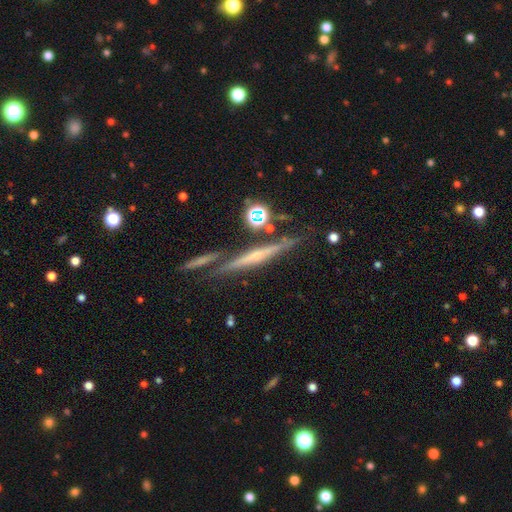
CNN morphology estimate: A featured or disk galaxy (65%) viewed edge-on (95%) with no central bulge (47%).

Vote fractions:
- Smooth or featured? featured or disk: 65% / smooth: 23% / star or artifact: 12%
- Edge-on disk? yes: 95% / no: 5%
- Edge-on bulge? none: 47% / rounded: 38% / boxy: 15%
- Merging? none: 74% / minor disturbance: 12% / merger: 10% / major disturbance: 4%